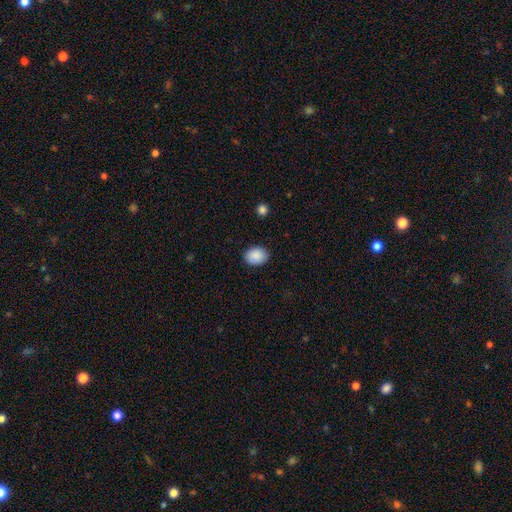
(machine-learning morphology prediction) This is clearly a smooth galaxy (89%). How rounded: likely in between (61%). Merging: clearly none (86%).